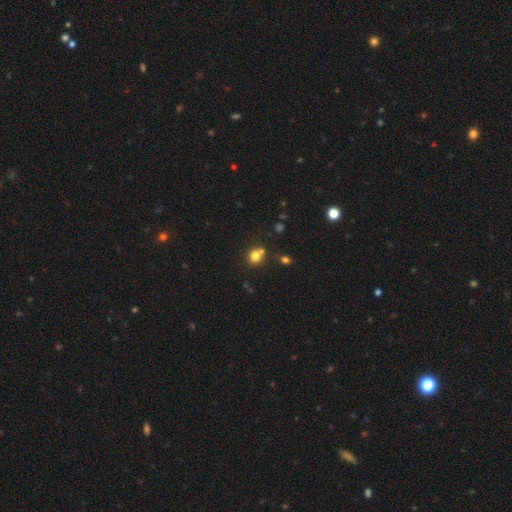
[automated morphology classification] Smooth or featured? smooth (77%)
How rounded? round (82%)
Merging? none (59%)